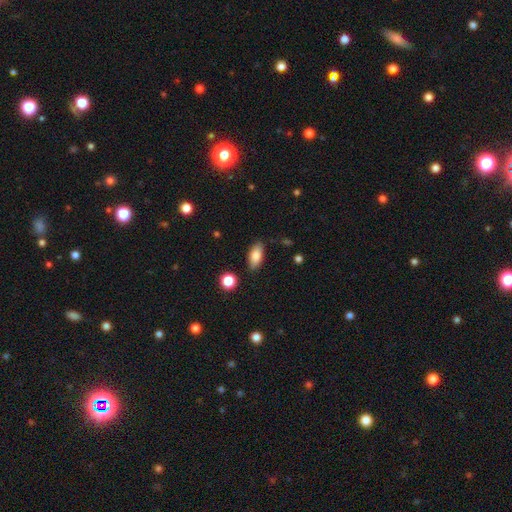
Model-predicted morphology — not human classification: smooth-or-featured: smooth: 80% | featured or disk: 12% | star or artifact: 8%
  how-rounded: in between: 87% | cigar-shaped: 10% | round: 4%
  merging: none: 85% | minor disturbance: 11% | major disturbance: 2% | merger: 2%